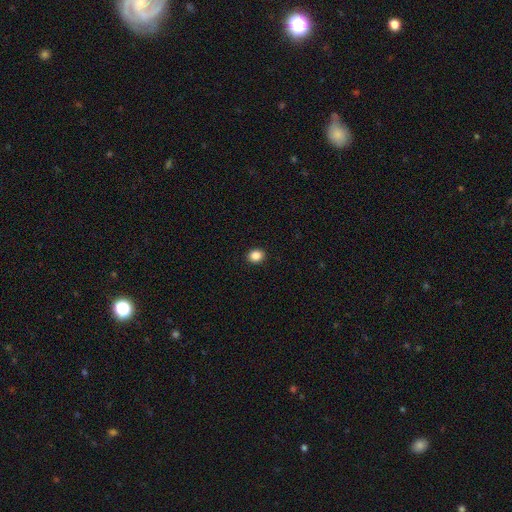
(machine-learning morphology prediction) Smooth or featured? smooth (87%)
How rounded? round (72%)
Merging? none (92%)